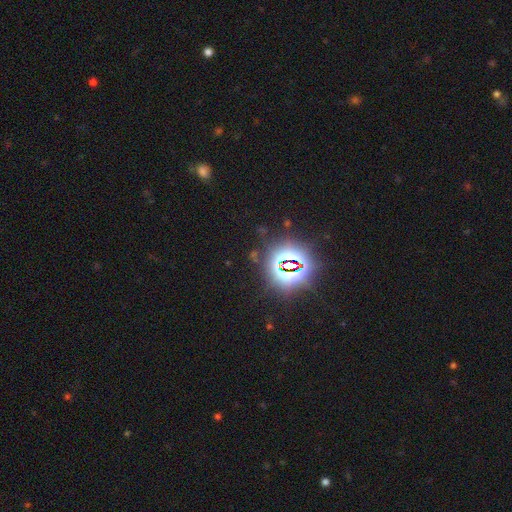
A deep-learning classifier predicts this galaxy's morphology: A star or artifact, not a galaxy (79%).

Vote fractions:
- Smooth or featured? star or artifact: 79% / smooth: 13% / featured or disk: 8%